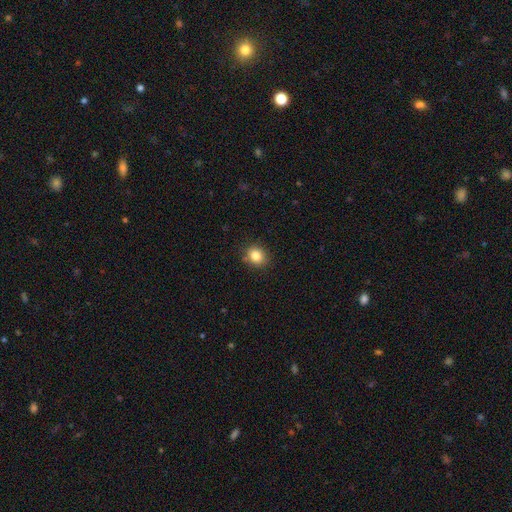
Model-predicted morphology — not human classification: Smooth or featured? Predicted: smooth (p=0.84). How rounded? Predicted: round (p=0.68). Merging? Predicted: none (p=0.85).